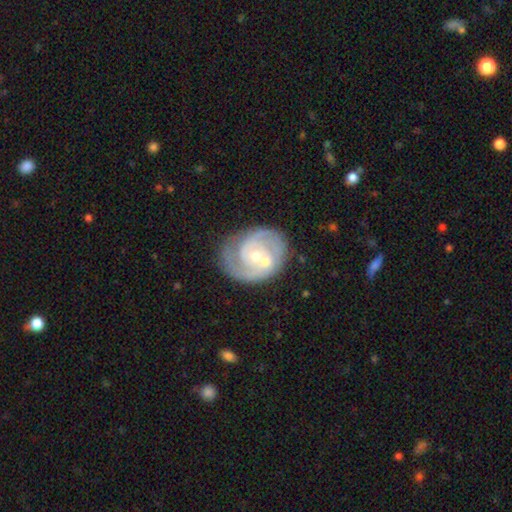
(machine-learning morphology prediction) This is clearly a featured or disk galaxy (82%). It is clearly not viewed edge-on (98%). Bar: likely no (62%). Spiral arm pattern: clearly yes (92%). Spiral arm count: likely 2 (61%). Spiral winding: possibly tight (50%). Central bulge: possibly small (56%). Merging: possibly none (53%).